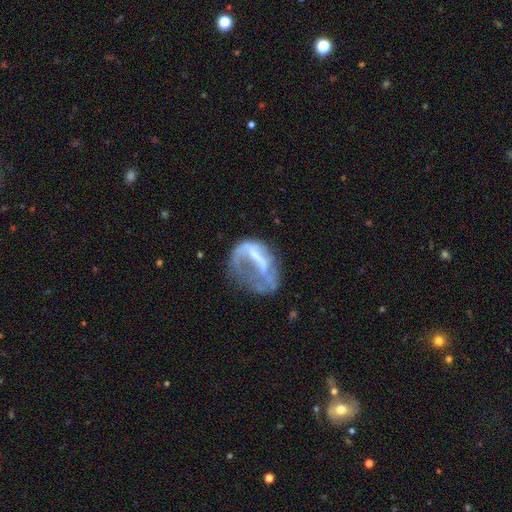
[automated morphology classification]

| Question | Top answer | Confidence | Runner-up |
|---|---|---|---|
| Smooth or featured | featured or disk | 60% | smooth (29%) |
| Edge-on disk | no | 95% | yes (5%) |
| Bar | no | 46% | strong (27%) |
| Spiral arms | no | 74% | yes (26%) |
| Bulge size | none | 50% | small (26%) |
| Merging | major disturbance | 48% | none (27%) |